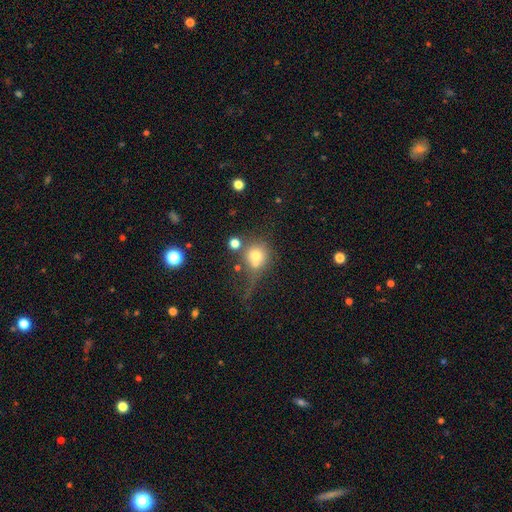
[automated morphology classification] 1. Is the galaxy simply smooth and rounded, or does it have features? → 67% smooth, 19% featured or disk, 14% star or artifact.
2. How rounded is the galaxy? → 83% round, 15% in between, 1% cigar-shaped.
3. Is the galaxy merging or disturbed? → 42% merger, 32% none, 15% major disturbance, 12% minor disturbance.